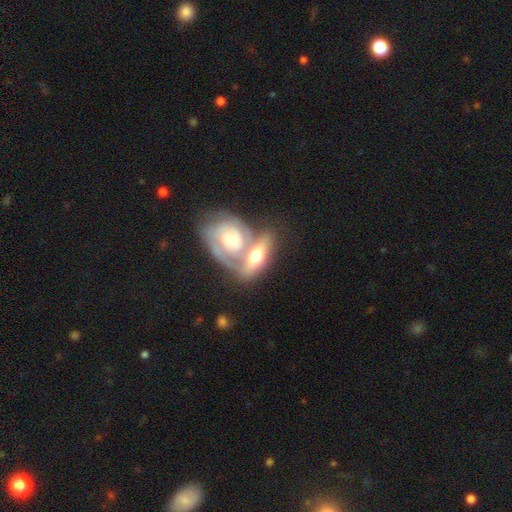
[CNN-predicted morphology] Smooth or featured: featured or disk — 64% (smooth — 31%)
Edge-on disk: no — 77% (yes — 23%)
Merging: merger — 65% (none — 22%)